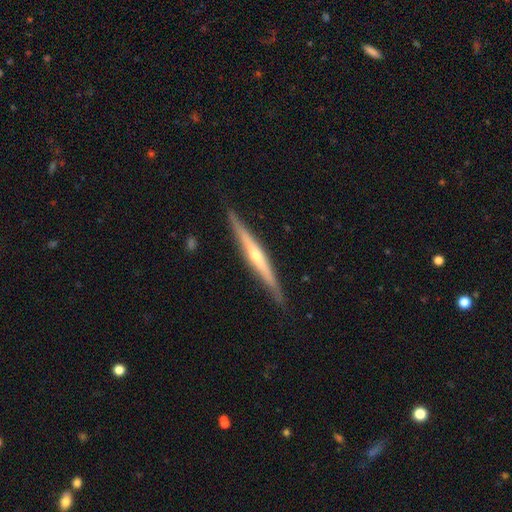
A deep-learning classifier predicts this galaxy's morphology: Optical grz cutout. It shows a featured or disk galaxy (73%) viewed edge-on (97%) with a rounded central bulge (72%). Merging: none (89%).